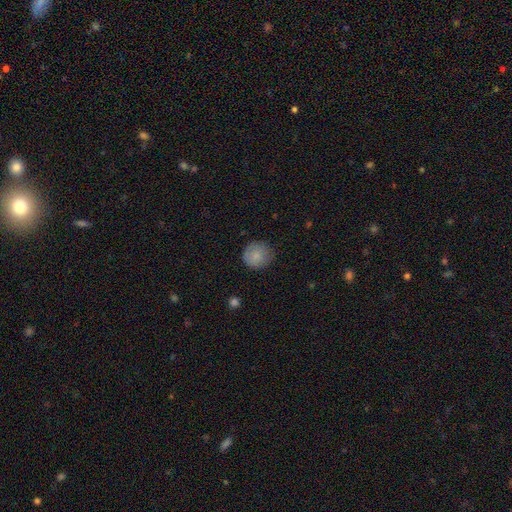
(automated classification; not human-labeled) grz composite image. It shows a smooth galaxy with no disk features (83%) that is round (91%). Merging: none (78%).